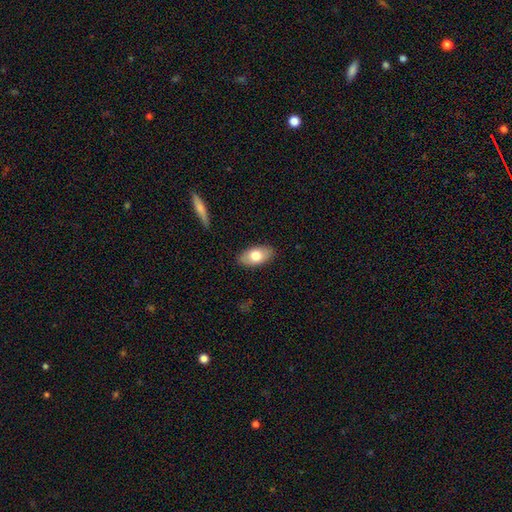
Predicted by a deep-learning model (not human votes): smooth 74%, featured or disk 19%, star or artifact 6%. Down the decision tree: how rounded — in between (93%); merging — none (87%).